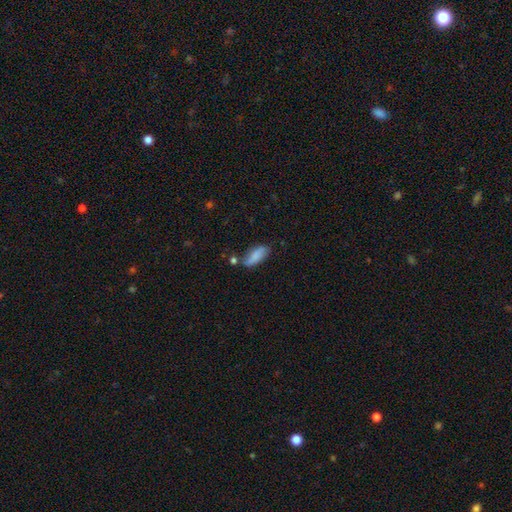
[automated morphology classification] type=smooth (81%); roundness=in between (72%); merging=none (63%).